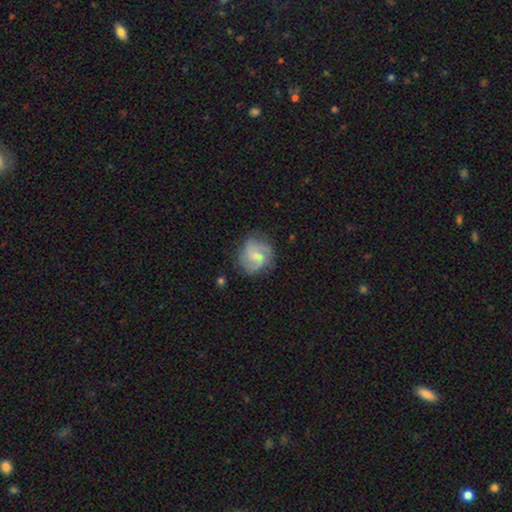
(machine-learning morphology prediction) type=featured or disk (75%); edge-on=no (98%); bar=weak (49%); spiral arms=yes (94%); winding=medium (51%); arm count=2 (53%); bulge=small (64%); merging=none (70%).